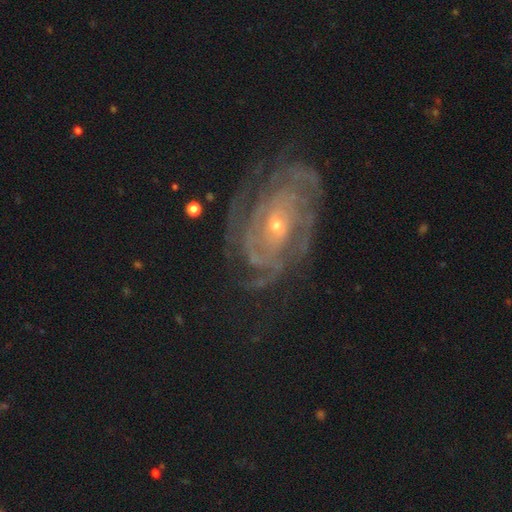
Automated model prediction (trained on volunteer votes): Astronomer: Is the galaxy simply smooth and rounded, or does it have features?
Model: featured or disk — 86%.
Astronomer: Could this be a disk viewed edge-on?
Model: no — 96%.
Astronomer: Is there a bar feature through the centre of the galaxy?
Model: no — 59%.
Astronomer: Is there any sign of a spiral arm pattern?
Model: yes — 97%.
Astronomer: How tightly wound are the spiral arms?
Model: tight — 75%.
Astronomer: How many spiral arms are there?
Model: can't tell — 30% (runner-up: 2, 20%).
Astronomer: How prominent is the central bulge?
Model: small — 62%.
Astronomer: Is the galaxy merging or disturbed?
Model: none — 76%.